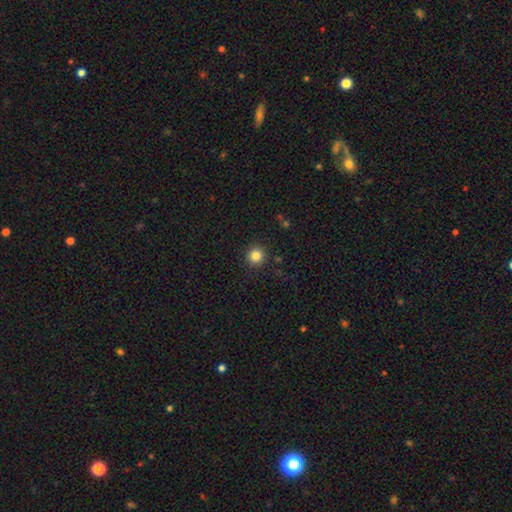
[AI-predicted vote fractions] A smooth galaxy with no disk features (84%) that is round (94%). Merging: none (91%).